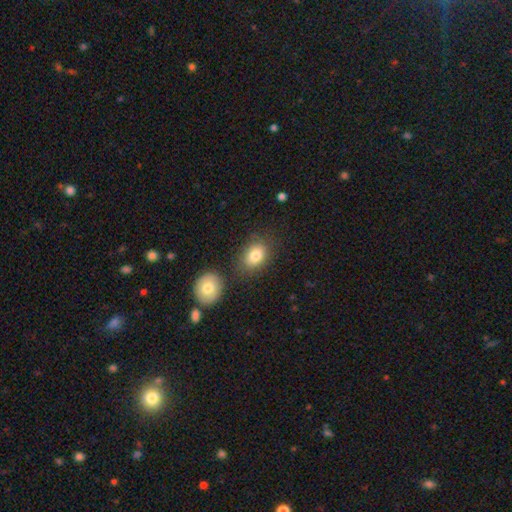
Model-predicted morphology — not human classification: Smooth or featured? Predicted: smooth (p=0.82). How rounded? Predicted: in between (p=0.73). Merging? Predicted: none (p=0.70).